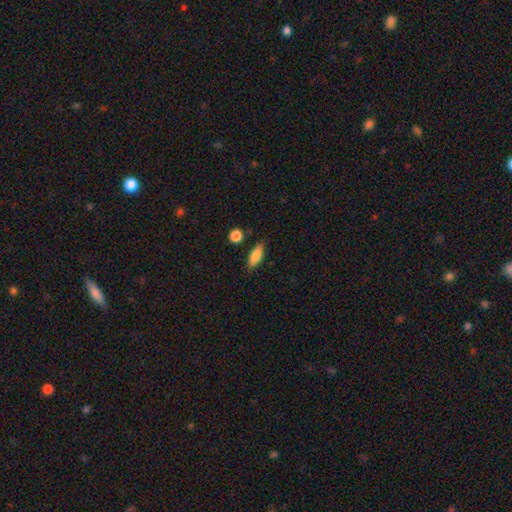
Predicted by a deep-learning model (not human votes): This is likely a smooth galaxy (79%). How rounded: likely in between (64%). Merging: clearly none (83%).